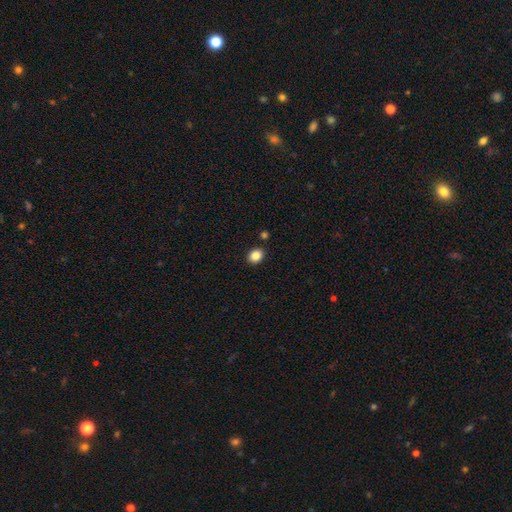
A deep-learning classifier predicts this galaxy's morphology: A smooth galaxy with no disk features (86%) that is round (50%). Merging: none (88%).